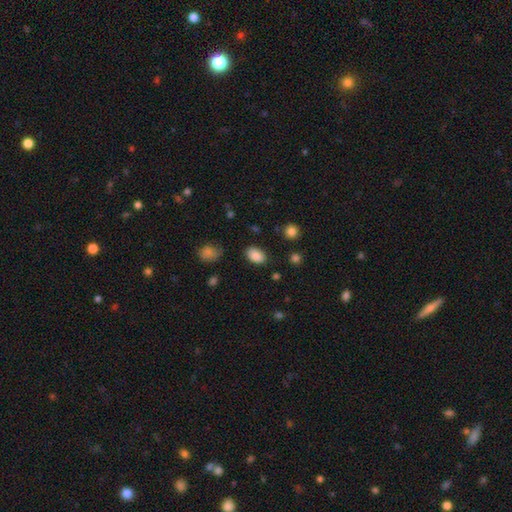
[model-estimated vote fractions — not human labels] This appears to be a smooth galaxy with no disk features (87%) that is in between round and cigar-shaped (89%). Merging: none (84%).